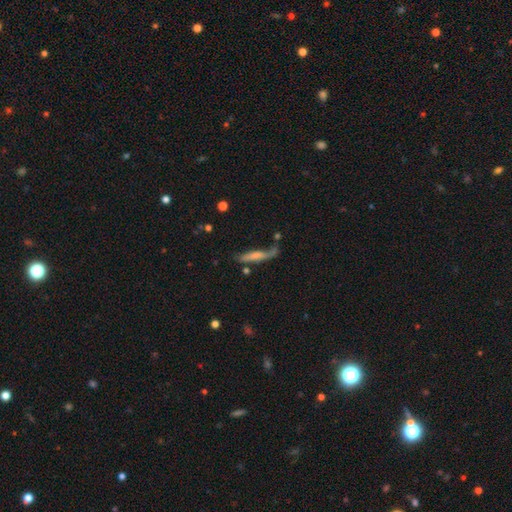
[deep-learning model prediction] Smooth or featured?
  - smooth: 57% *
  - featured or disk: 35%
  - star or artifact: 7%
How rounded?
  - cigar-shaped: 89% *
  - in between: 9%
  - round: 2%
Merging?
  - none: 51% *
  - minor disturbance: 24%
  - major disturbance: 12%
  - merger: 12%